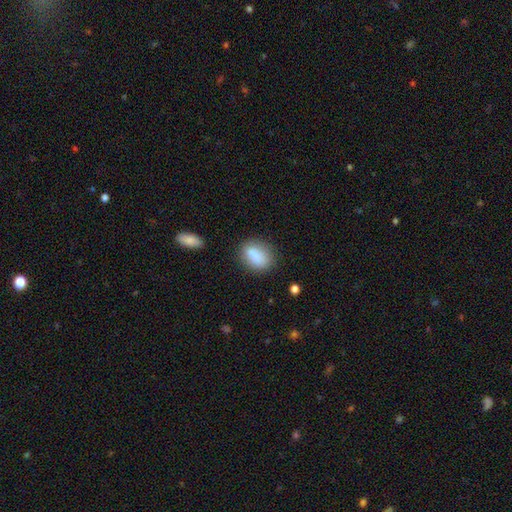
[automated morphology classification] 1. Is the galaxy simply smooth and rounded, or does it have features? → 83% smooth, 9% featured or disk, 8% star or artifact.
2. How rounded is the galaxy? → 71% in between, 27% round, 2% cigar-shaped.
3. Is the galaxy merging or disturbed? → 70% none, 17% minor disturbance, 8% merger, 5% major disturbance.